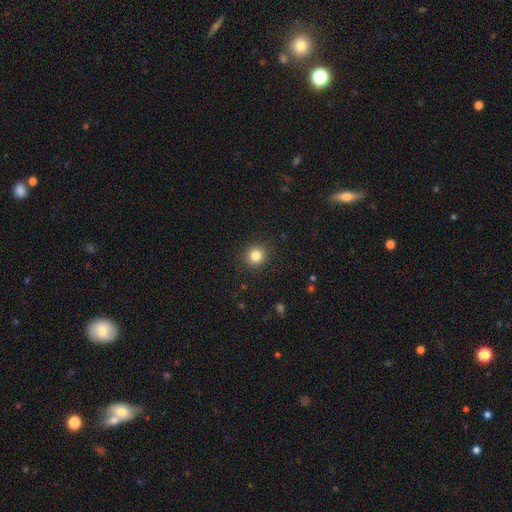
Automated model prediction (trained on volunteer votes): Smooth or featured? smooth (83%)
How rounded? round (90%)
Merging? none (91%)